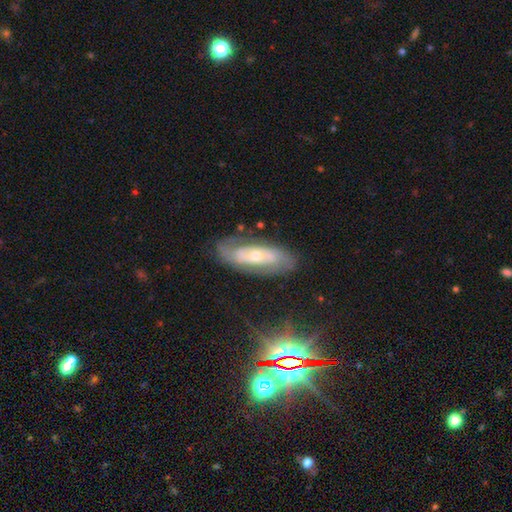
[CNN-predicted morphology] Q: Smooth or featured?
A: featured or disk (73%); runner-up: smooth (19%)
Q: Edge-on disk?
A: no (86%); runner-up: yes (14%)
Q: Bar?
A: no (67%); runner-up: weak (23%)
Q: Spiral arms?
A: yes (79%); runner-up: no (21%)
Q: Bulge size?
A: small (57%); runner-up: moderate (38%)
Q: Merging?
A: none (73%); runner-up: minor disturbance (18%)